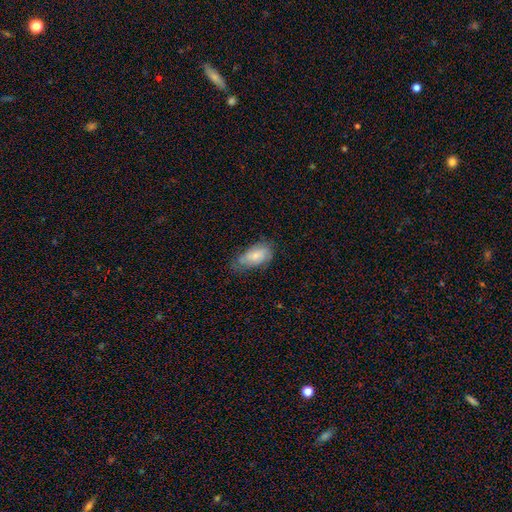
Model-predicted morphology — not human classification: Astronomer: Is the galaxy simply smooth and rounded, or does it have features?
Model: smooth — 61%.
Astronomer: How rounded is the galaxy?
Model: in between — 92%.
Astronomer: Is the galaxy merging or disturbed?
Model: none — 50% (runner-up: minor disturbance, 36%).